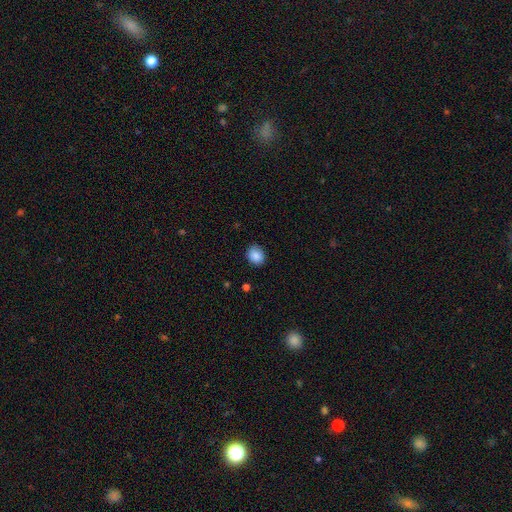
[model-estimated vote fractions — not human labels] A smooth galaxy with no disk features (88%) that is round (69%).

Vote fractions:
- Smooth or featured? smooth: 88% / star or artifact: 8% / featured or disk: 4%
- How rounded? round: 69% / in between: 30% / cigar-shaped: 1%
- Merging? none: 87% / minor disturbance: 10% / major disturbance: 2% / merger: 1%